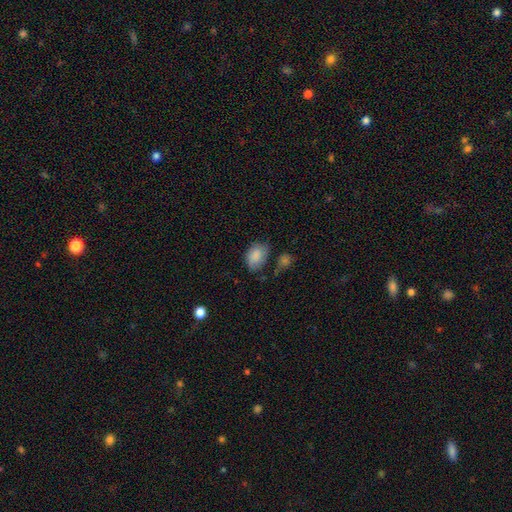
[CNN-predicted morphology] smooth 82%, featured or disk 10%, star or artifact 8%. Down the decision tree: how rounded — in between (81%); merging — none (54%).